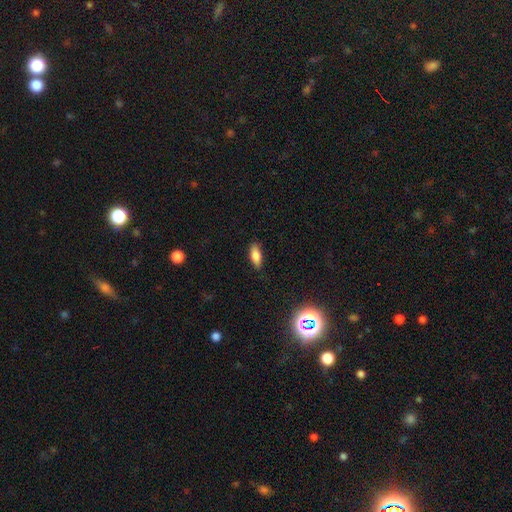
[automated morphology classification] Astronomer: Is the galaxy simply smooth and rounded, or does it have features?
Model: smooth — 80%.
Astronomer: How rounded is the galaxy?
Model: in between — 80%.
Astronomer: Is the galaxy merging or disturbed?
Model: none — 85%.